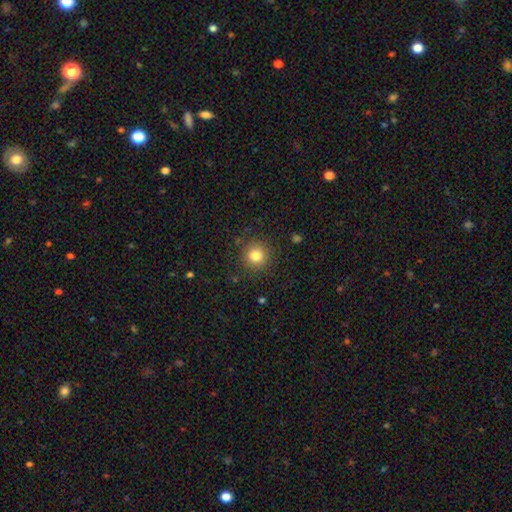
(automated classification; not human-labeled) The model was most divided on "smooth or featured": smooth: 81%, star or artifact: 13%, featured or disk: 7%. More confident: how rounded — round (93%); merging — none (89%).